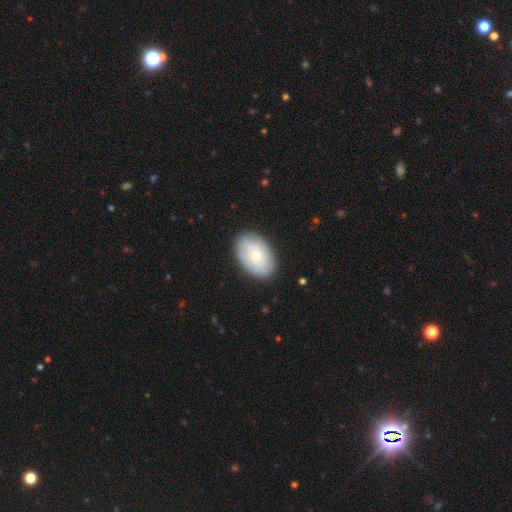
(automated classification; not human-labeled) smooth 69%, featured or disk 25%, star or artifact 6%. Down the decision tree: how rounded — in between (89%); merging — none (83%).